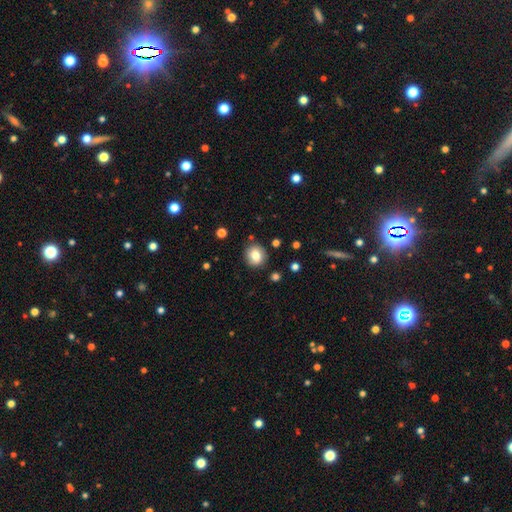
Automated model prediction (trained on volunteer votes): A smooth galaxy with no disk features (77%) that is round (80%).

Vote fractions:
- Smooth or featured? smooth: 77% / featured or disk: 13% / star or artifact: 10%
- How rounded? round: 80% / in between: 19% / cigar-shaped: 1%
- Merging? none: 86% / minor disturbance: 9% / major disturbance: 2% / merger: 2%